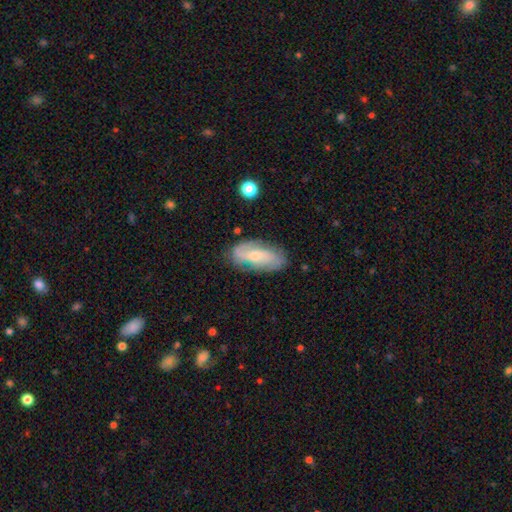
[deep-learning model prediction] This appears to be a featured or disk galaxy (64%) with no bar (50%), 2 (78%) loose (42%) spiral arms (88%) and a small central bulge (64%). Merging: none (75%).